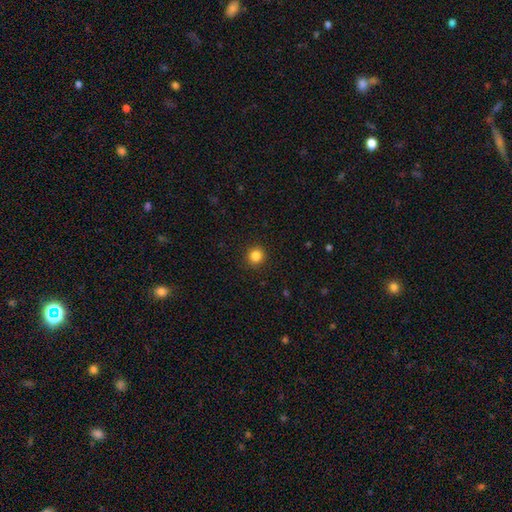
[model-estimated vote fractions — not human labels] Morphology: type=smooth (84%); roundness=round (92%); merging=none (92%).